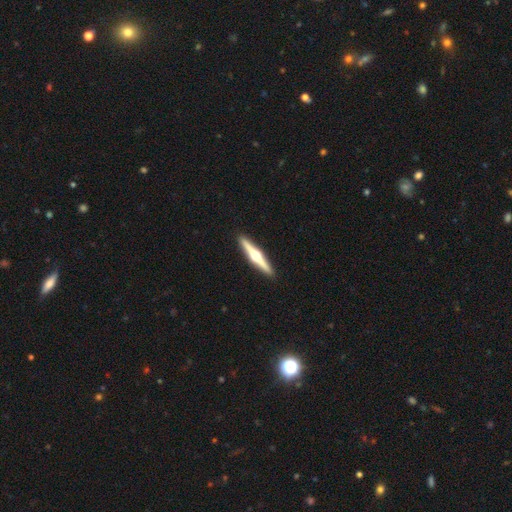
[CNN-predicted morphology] This is likely a featured or disk galaxy (77%). It is clearly viewed edge-on (98%). Edge-on bulge: clearly rounded (96%). Merging: clearly none (93%).